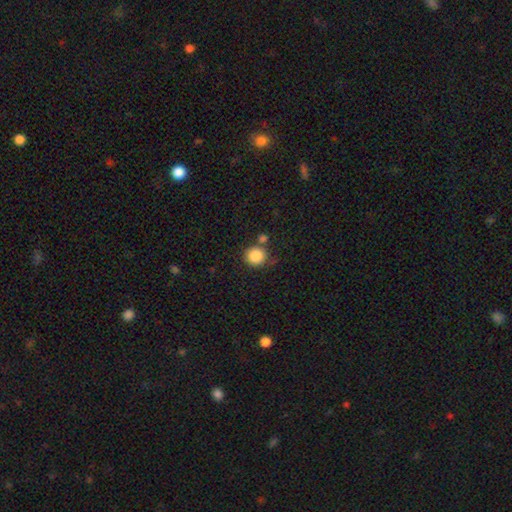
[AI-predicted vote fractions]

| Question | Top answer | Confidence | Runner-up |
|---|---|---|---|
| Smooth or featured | smooth | 86% | star or artifact (9%) |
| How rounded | round | 90% | in between (9%) |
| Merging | none | 71% | merger (14%) |